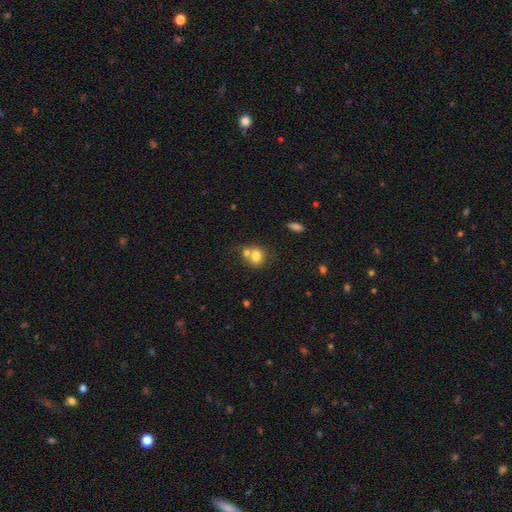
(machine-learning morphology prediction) Smooth or featured?
  - smooth: 76% *
  - featured or disk: 14%
  - star or artifact: 10%
How rounded?
  - round: 60% *
  - in between: 39%
  - cigar-shaped: 1%
Merging?
  - merger: 52% *
  - none: 34%
  - minor disturbance: 10%
  - major disturbance: 4%